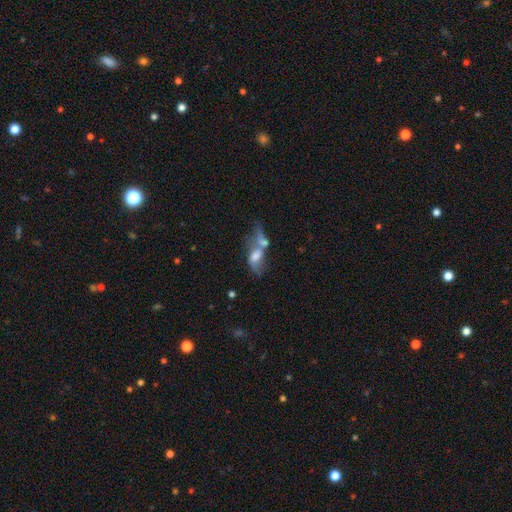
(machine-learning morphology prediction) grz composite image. It shows a featured or disk galaxy (46%). Merging: merger (60%).